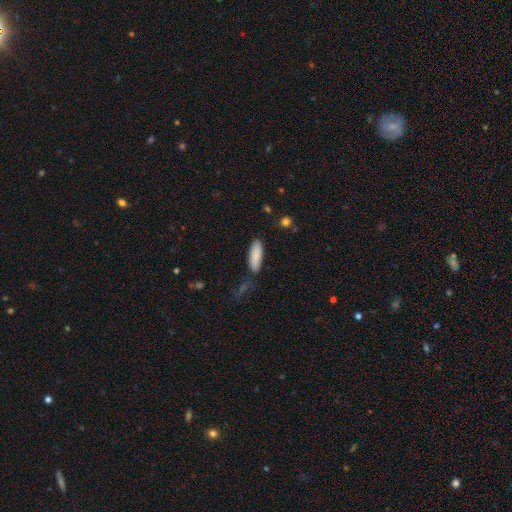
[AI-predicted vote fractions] Smooth or featured? Predicted: smooth (p=0.86). How rounded? Predicted: in between (p=0.57). Merging? Predicted: none (p=0.83).